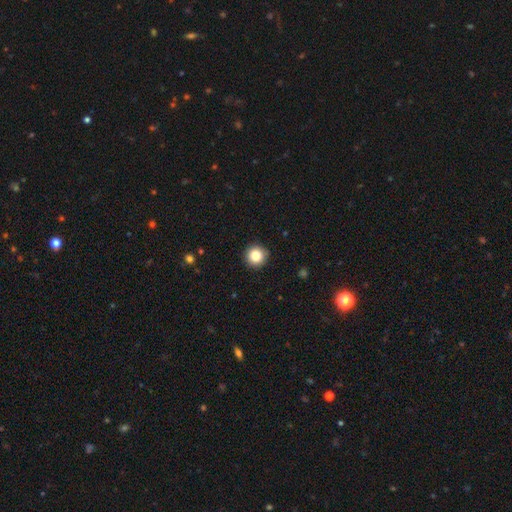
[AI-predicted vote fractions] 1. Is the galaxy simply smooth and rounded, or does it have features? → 83% smooth, 10% star or artifact, 6% featured or disk.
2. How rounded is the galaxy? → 95% round, 4% in between, 1% cigar-shaped.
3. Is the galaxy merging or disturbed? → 92% none, 6% minor disturbance, 2% major disturbance, 1% merger.